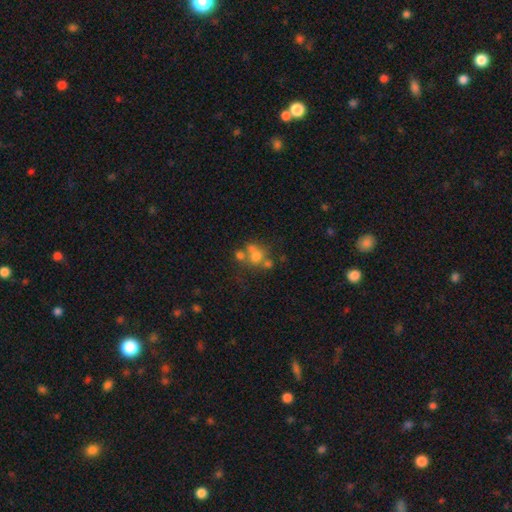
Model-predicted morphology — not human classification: smooth-or-featured: smooth: 55% | featured or disk: 28% | star or artifact: 18%
  how-rounded: round: 72% | in between: 27% | cigar-shaped: 1%
  merging: merger: 43% | none: 37% | minor disturbance: 10% | major disturbance: 9%